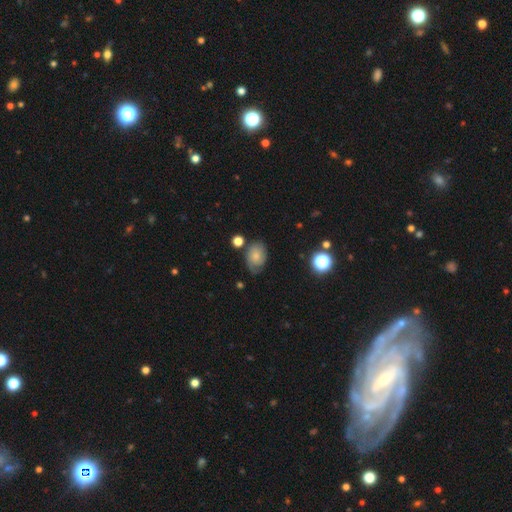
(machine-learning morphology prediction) smooth-or-featured: smooth: 55% | featured or disk: 35% | star or artifact: 11%
  how-rounded: in between: 72% | round: 27% | cigar-shaped: 1%
  merging: none: 61% | minor disturbance: 26% | major disturbance: 9% | merger: 4%